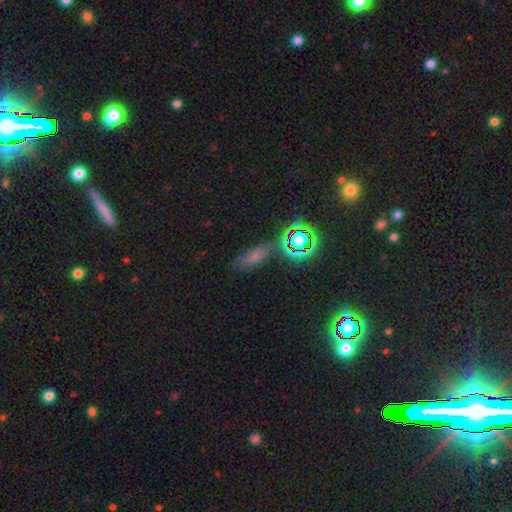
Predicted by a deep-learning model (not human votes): This is possibly a smooth galaxy (49%). Merging: likely none (73%).